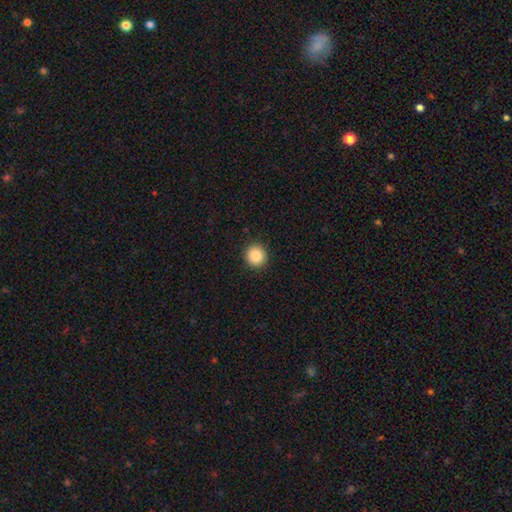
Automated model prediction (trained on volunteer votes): Overall: smooth (87%). How rounded: round (93%). Merging: none (92%).